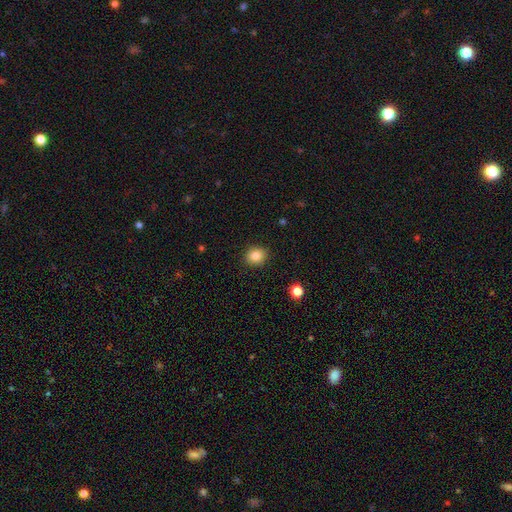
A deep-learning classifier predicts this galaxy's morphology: smooth 84%, star or artifact 10%, featured or disk 5%. Down the decision tree: how rounded — round (68%); merging — none (89%).